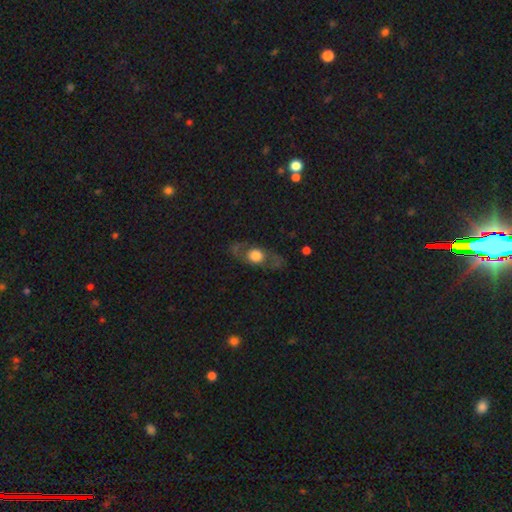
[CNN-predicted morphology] featured or disk 46%, smooth 45%, star or artifact 9%. Down the decision tree: merging — none (73%).